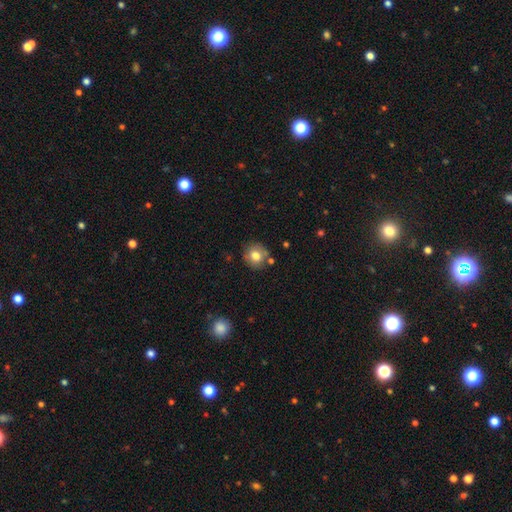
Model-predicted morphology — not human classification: smooth_or_featured: smooth (p=0.76) [alt: featured or disk p=0.14]
how_rounded: round (p=0.86) [alt: in between p=0.13]
merging: none (p=0.78) [alt: minor disturbance p=0.12]